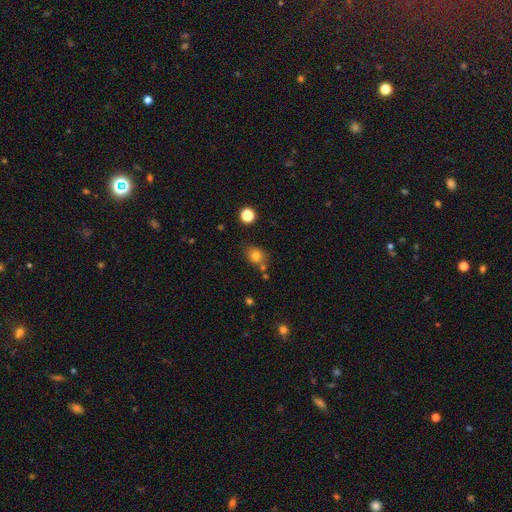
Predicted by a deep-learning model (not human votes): The model was most divided on "how rounded": round: 54%, in between: 45%, cigar-shaped: 1%. More confident: smooth or featured — smooth (79%); merging — none (68%).